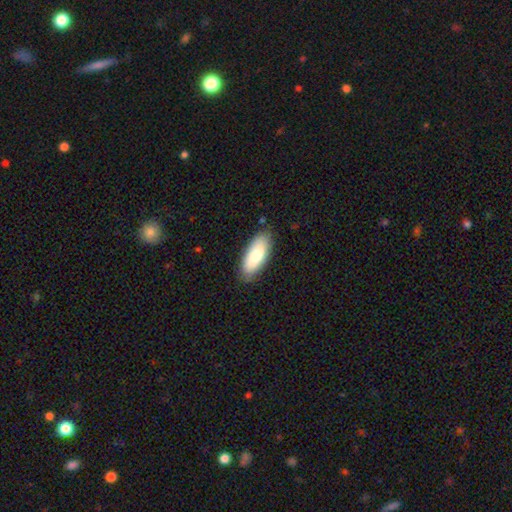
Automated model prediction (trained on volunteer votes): Smooth or featured?
  - smooth: 84% *
  - featured or disk: 10%
  - star or artifact: 6%
How rounded?
  - in between: 81% *
  - cigar-shaped: 17%
  - round: 2%
Merging?
  - none: 82% *
  - minor disturbance: 14%
  - major disturbance: 3%
  - merger: 1%